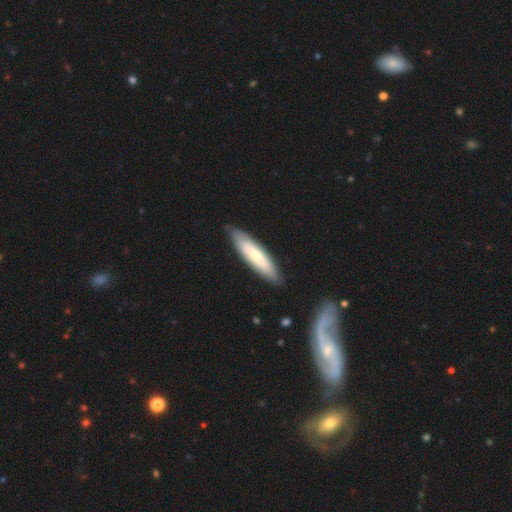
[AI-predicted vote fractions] Smooth or featured: smooth — 68% (featured or disk — 27%)
How rounded: cigar-shaped — 74% (in between — 25%)
Merging: none — 84% (minor disturbance — 12%)